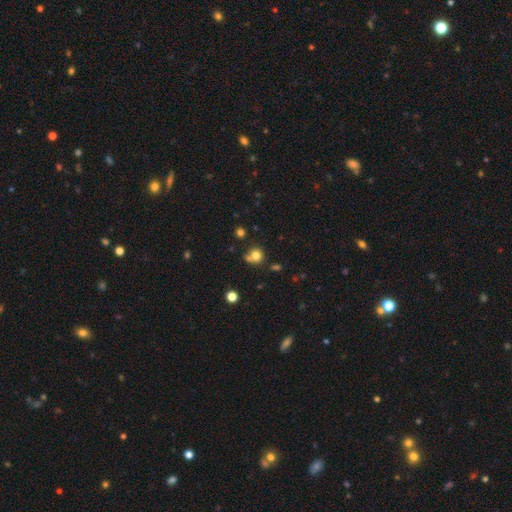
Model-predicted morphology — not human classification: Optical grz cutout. It shows a smooth galaxy with no disk features (77%) that is round (83%). Merging: none (56%).